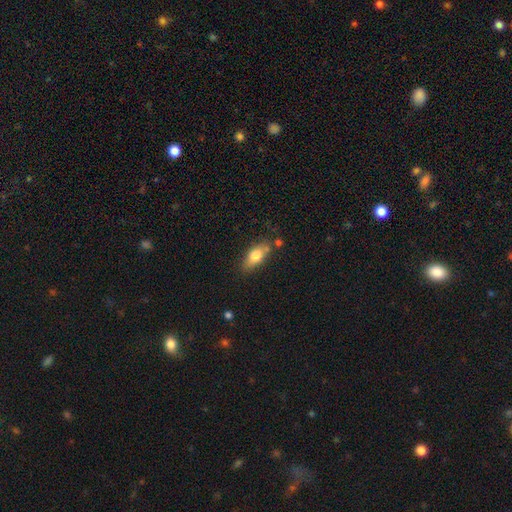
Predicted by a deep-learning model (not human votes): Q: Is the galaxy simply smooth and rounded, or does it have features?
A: smooth — 74%.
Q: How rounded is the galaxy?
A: in between — 79%.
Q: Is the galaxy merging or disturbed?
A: none — 70%.